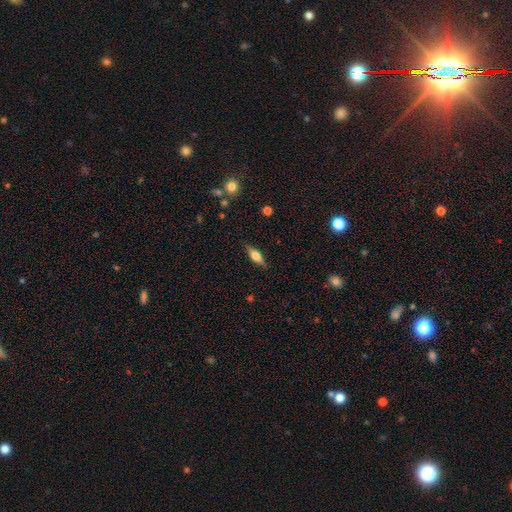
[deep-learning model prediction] A featured or disk galaxy (48%).

Vote fractions:
- Smooth or featured? featured or disk: 48% / smooth: 45% / star or artifact: 7%
- Merging? none: 85% / minor disturbance: 11% / major disturbance: 3% / merger: 1%